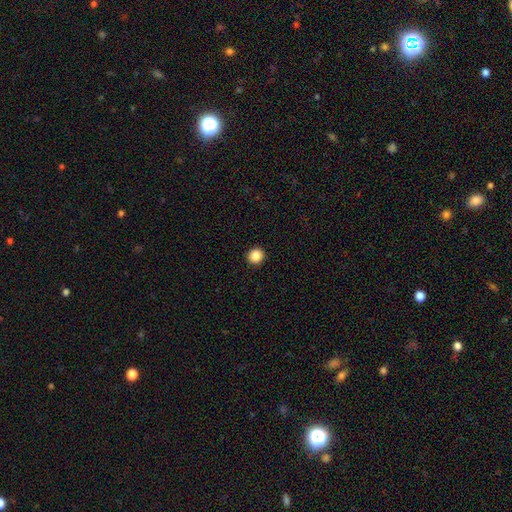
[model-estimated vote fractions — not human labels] The model was most divided on "smooth or featured": smooth: 87%, star or artifact: 10%, featured or disk: 3%. More confident: merging — none (93%); how rounded — round (93%).